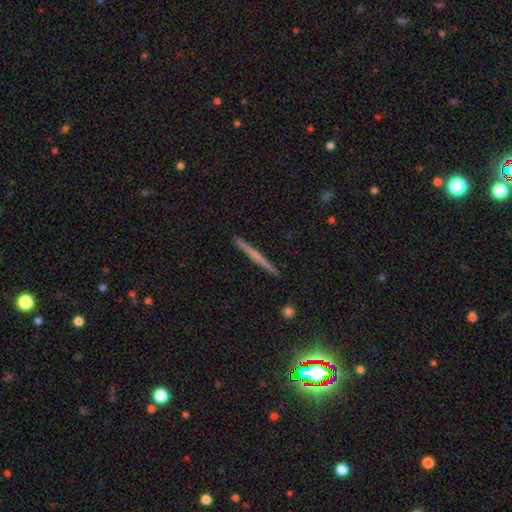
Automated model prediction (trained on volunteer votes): Smooth or featured?
  - featured or disk: 47% *
  - smooth: 43%
  - star or artifact: 9%
Merging?
  - none: 92% *
  - minor disturbance: 6%
  - major disturbance: 1%
  - merger: 1%